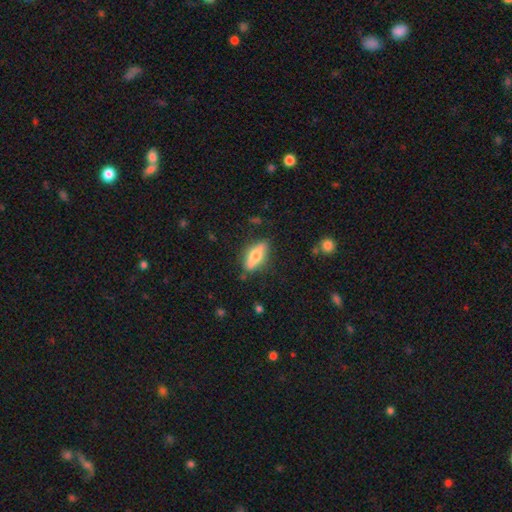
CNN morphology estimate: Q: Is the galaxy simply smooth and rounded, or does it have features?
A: smooth — 59%.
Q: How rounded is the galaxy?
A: in between — 64%.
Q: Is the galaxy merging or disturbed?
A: none — 81%.